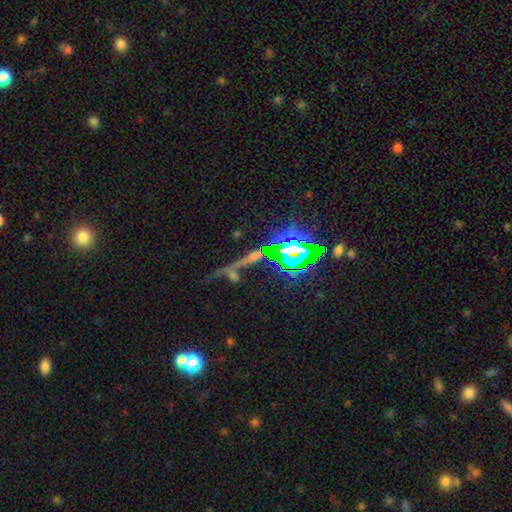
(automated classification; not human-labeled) Smooth or featured? Predicted: star or artifact (p=0.66).